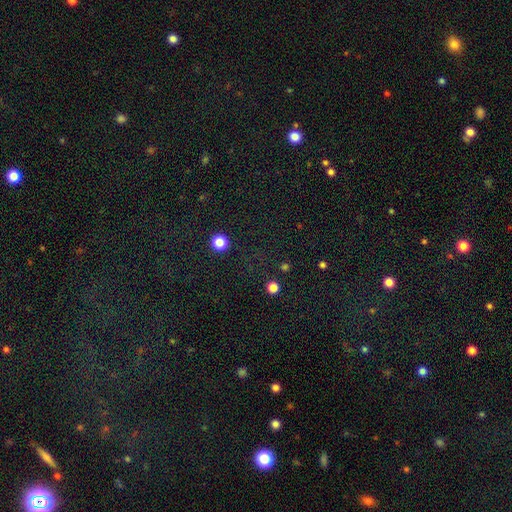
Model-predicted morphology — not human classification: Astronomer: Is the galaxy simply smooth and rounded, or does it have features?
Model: star or artifact — 75%.